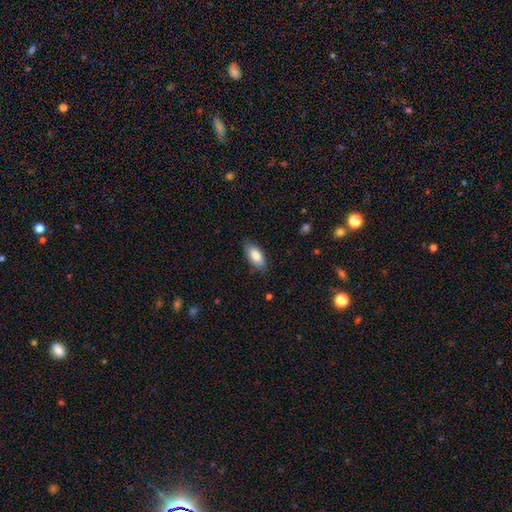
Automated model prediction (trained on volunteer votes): A smooth galaxy with no disk features (83%) that is in between round and cigar-shaped (89%). Merging: none (84%).